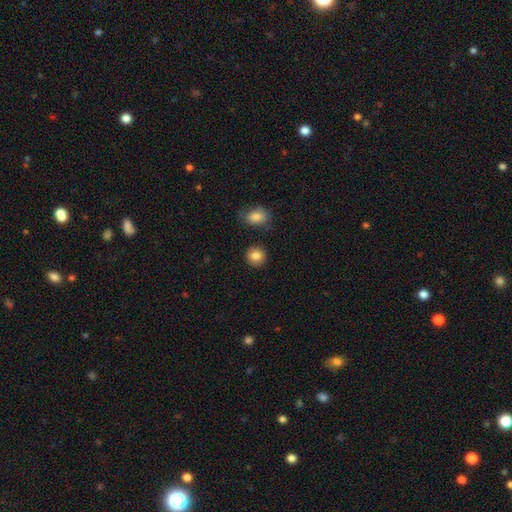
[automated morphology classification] The model was most divided on "how rounded": round: 85%, in between: 14%, cigar-shaped: 1%. More confident: merging — none (88%); smooth or featured — smooth (86%).